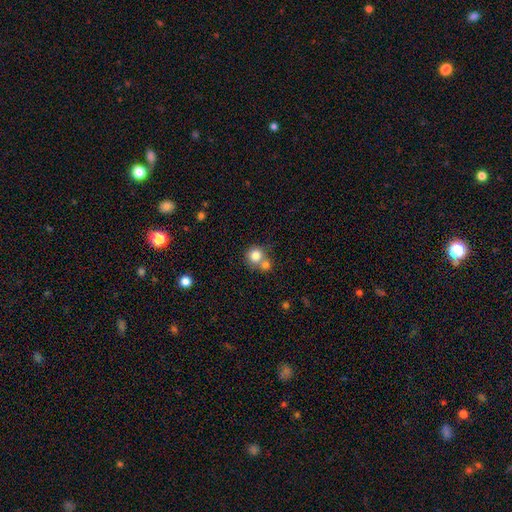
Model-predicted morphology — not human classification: type=smooth (80%); roundness=round (88%); merging=none (47%).